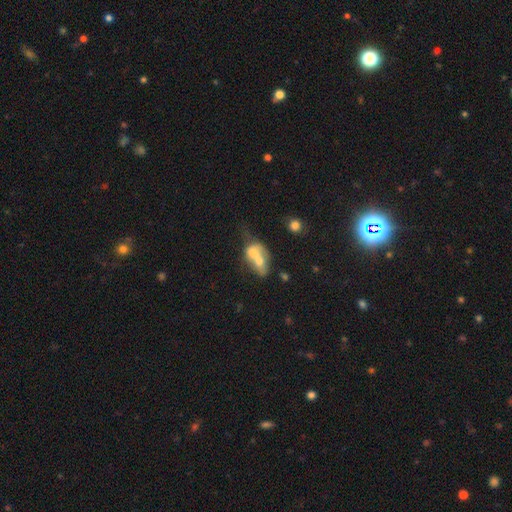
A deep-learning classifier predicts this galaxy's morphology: smooth_or_featured: smooth (p=0.56) [alt: featured or disk p=0.35]
how_rounded: in between (p=0.76) [alt: round p=0.21]
merging: merger (p=0.72) [alt: none p=0.12]